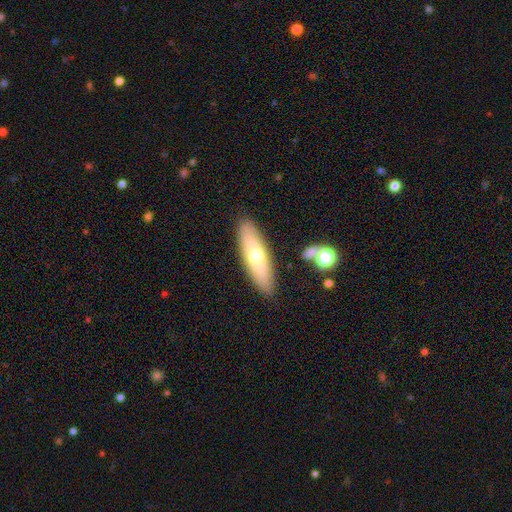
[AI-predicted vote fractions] The model was most divided on "how rounded": cigar-shaped: 59%, in between: 39%, round: 2%. More confident: merging — none (86%); smooth or featured — smooth (56%).